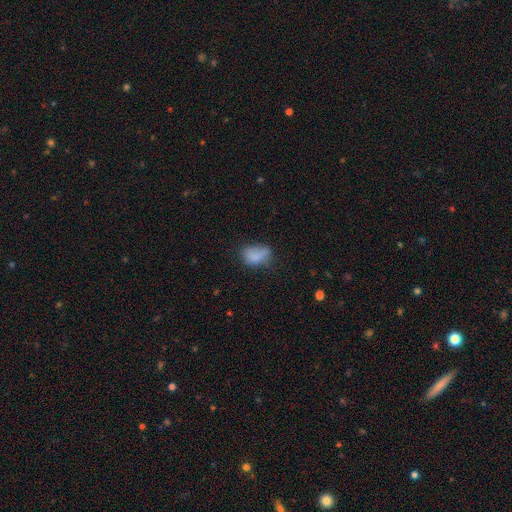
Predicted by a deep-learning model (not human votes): This appears to be a smooth galaxy with no disk features (78%) that is in between round and cigar-shaped (82%). Merging: none (46%).